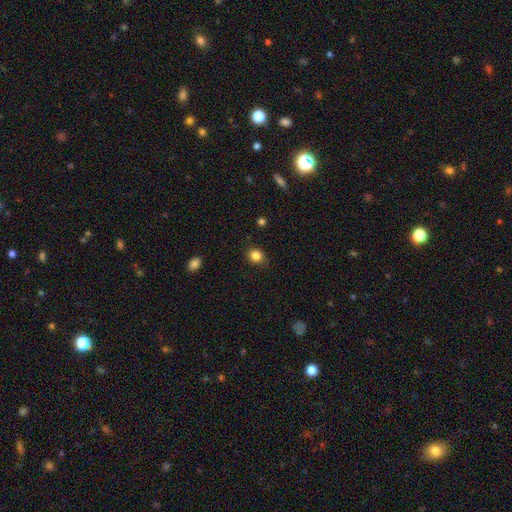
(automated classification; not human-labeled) Morphology: type=smooth (84%); roundness=round (69%); merging=none (85%).